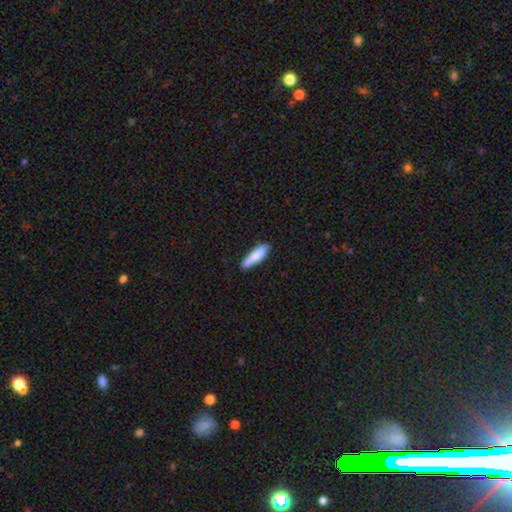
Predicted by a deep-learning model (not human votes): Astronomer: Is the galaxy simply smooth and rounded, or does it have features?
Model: smooth — 80%.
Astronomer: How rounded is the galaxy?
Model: cigar-shaped — 65%.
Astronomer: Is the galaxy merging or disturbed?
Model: none — 78%.